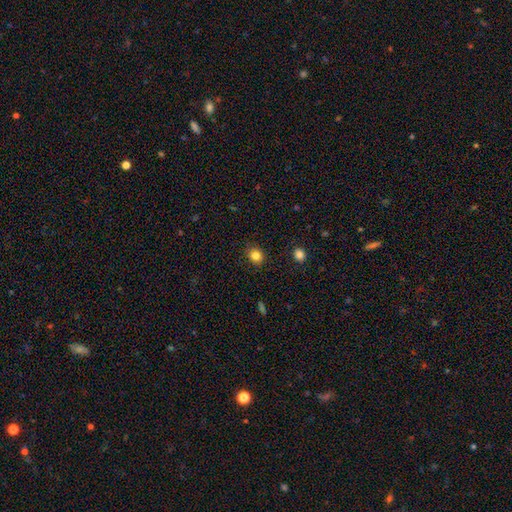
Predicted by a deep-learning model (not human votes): Q: Smooth or featured?
A: smooth (83%); runner-up: star or artifact (12%)
Q: How rounded?
A: round (76%); runner-up: in between (24%)
Q: Merging?
A: none (88%); runner-up: minor disturbance (9%)